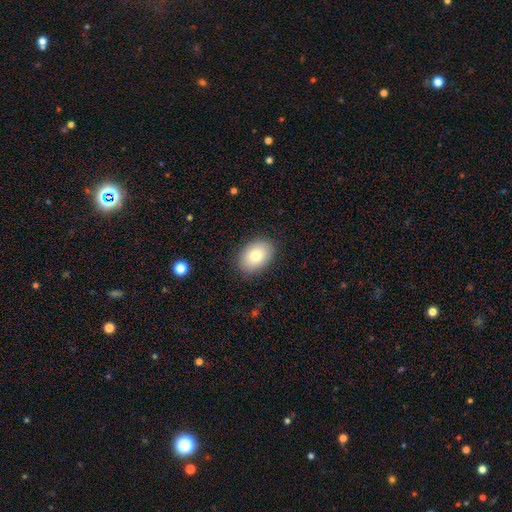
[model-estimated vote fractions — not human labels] Smooth or featured?
  - smooth: 79% *
  - featured or disk: 12%
  - star or artifact: 8%
How rounded?
  - in between: 80% *
  - round: 19%
  - cigar-shaped: 1%
Merging?
  - none: 87% *
  - minor disturbance: 10%
  - major disturbance: 3%
  - merger: 1%